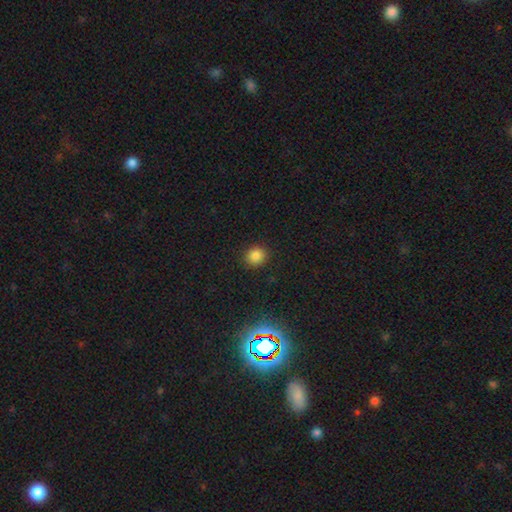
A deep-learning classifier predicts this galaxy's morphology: Q: Smooth or featured?
A: smooth (83%); runner-up: star or artifact (13%)
Q: How rounded?
A: round (84%); runner-up: in between (15%)
Q: Merging?
A: none (91%); runner-up: minor disturbance (6%)